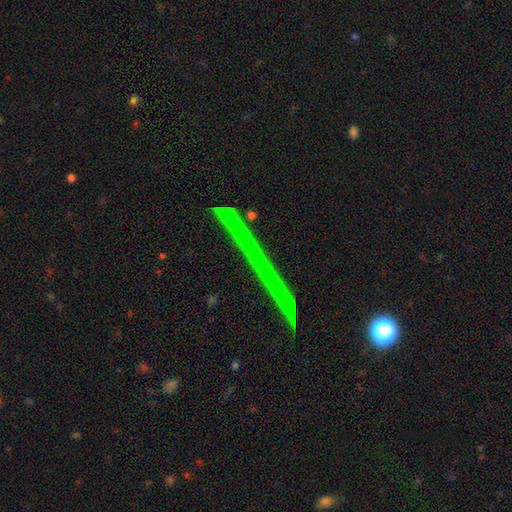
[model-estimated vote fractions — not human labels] This appears to be a featured or disk galaxy (52%) viewed edge-on (95%). Merging: none (89%).